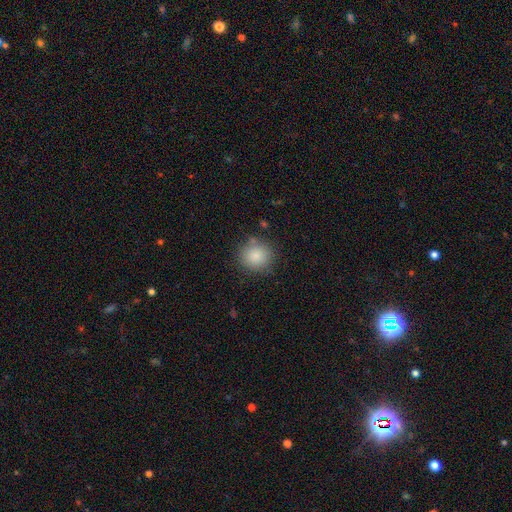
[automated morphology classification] Smooth or featured?
  - smooth: 86% *
  - star or artifact: 9%
  - featured or disk: 5%
How rounded?
  - round: 89% *
  - in between: 10%
  - cigar-shaped: 1%
Merging?
  - none: 81% *
  - minor disturbance: 12%
  - merger: 4%
  - major disturbance: 3%